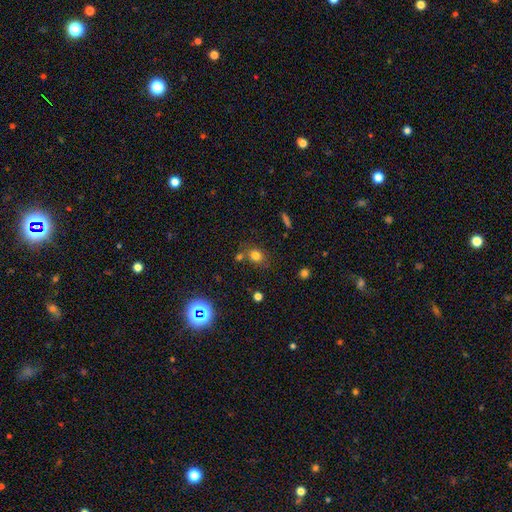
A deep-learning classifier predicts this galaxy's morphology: Smooth or featured?
  - smooth: 75% *
  - star or artifact: 16%
  - featured or disk: 9%
How rounded?
  - round: 64% *
  - in between: 35%
  - cigar-shaped: 1%
Merging?
  - none: 64% *
  - merger: 17%
  - minor disturbance: 14%
  - major disturbance: 5%